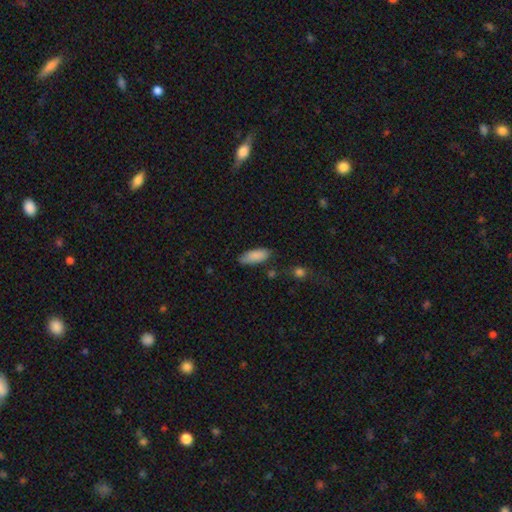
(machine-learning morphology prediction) This is clearly a smooth galaxy (88%). How rounded: clearly in between (81%). Merging: likely none (75%).